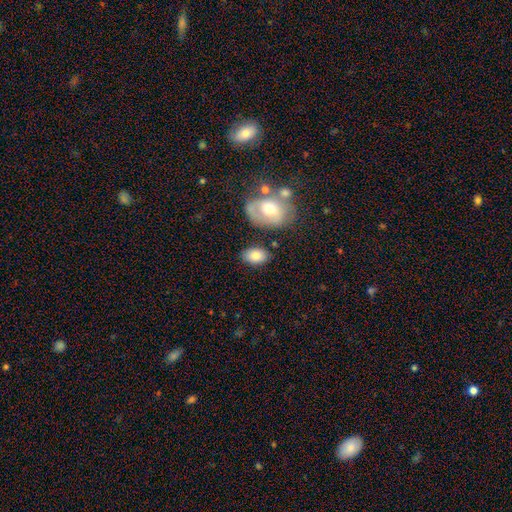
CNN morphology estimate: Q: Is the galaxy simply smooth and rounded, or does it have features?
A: smooth — 79%.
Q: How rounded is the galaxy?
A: in between — 88%.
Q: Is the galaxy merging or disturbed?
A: none — 76%.